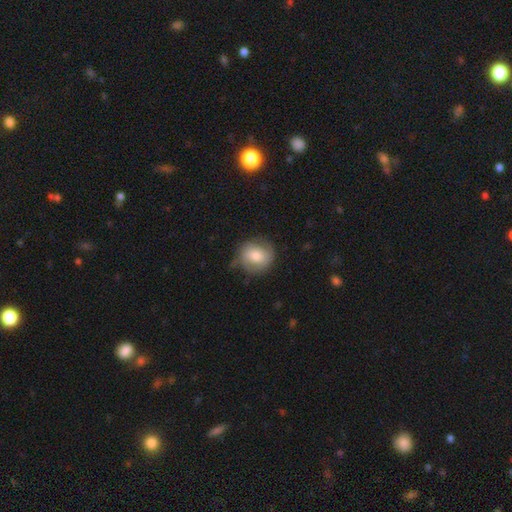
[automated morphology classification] This appears to be a smooth galaxy with no disk features (67%) that is round (78%). Merging: none (65%).